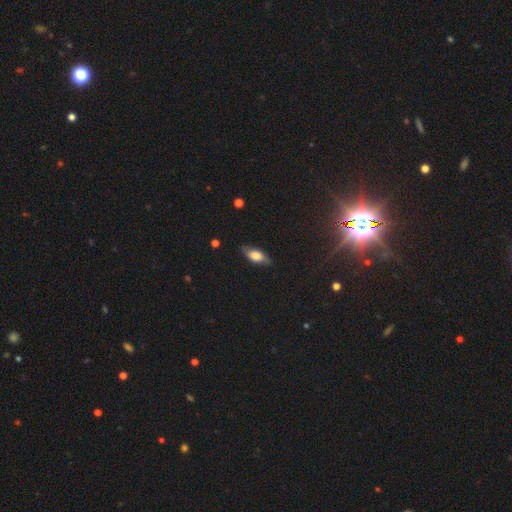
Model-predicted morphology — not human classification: This is likely a smooth galaxy (65%). How rounded: clearly in between (83%). Merging: likely none (76%).